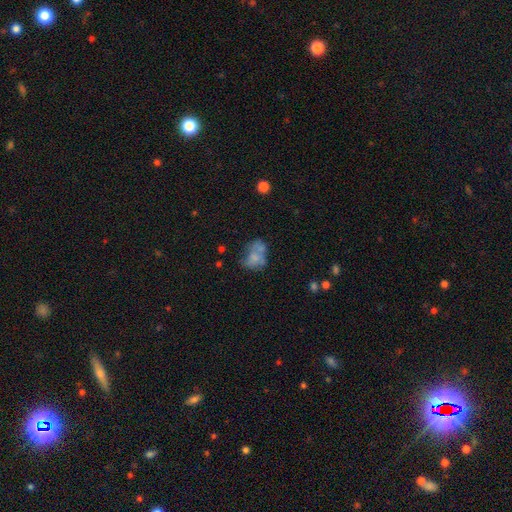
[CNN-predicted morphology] Smooth or featured?
  - smooth: 56% *
  - featured or disk: 32%
  - star or artifact: 12%
How rounded?
  - in between: 67% *
  - round: 32%
  - cigar-shaped: 1%
Merging?
  - none: 30% *
  - merger: 27%
  - major disturbance: 22%
  - minor disturbance: 21%